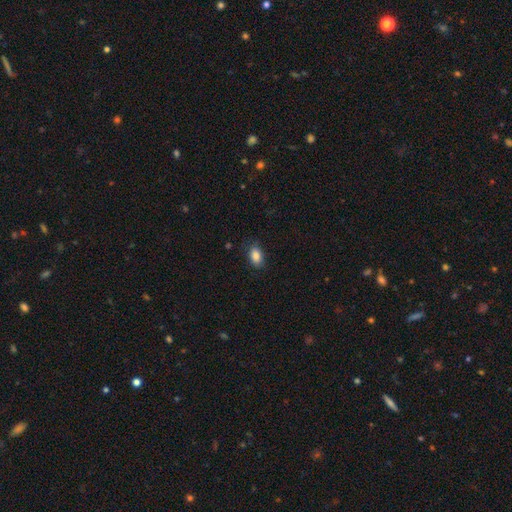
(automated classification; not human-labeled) A smooth galaxy with no disk features (87%) that is in between round and cigar-shaped (87%).

Vote fractions:
- Smooth or featured? smooth: 87% / star or artifact: 8% / featured or disk: 5%
- How rounded? in between: 87% / round: 11% / cigar-shaped: 2%
- Merging? none: 83% / minor disturbance: 13% / major disturbance: 3% / merger: 1%